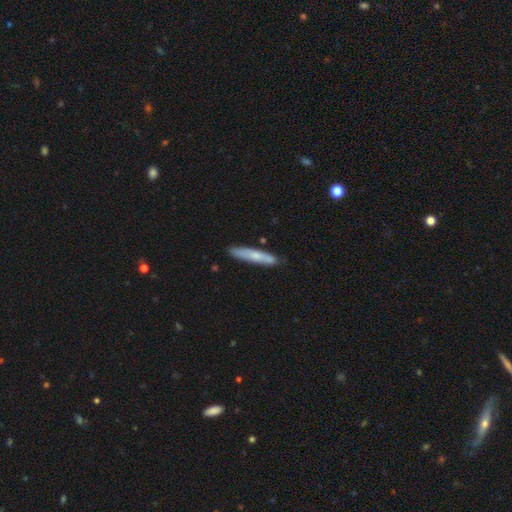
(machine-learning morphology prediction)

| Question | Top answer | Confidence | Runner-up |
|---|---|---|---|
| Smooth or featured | smooth | 65% | featured or disk (30%) |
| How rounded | cigar-shaped | 93% | in between (6%) |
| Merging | none | 84% | minor disturbance (12%) |